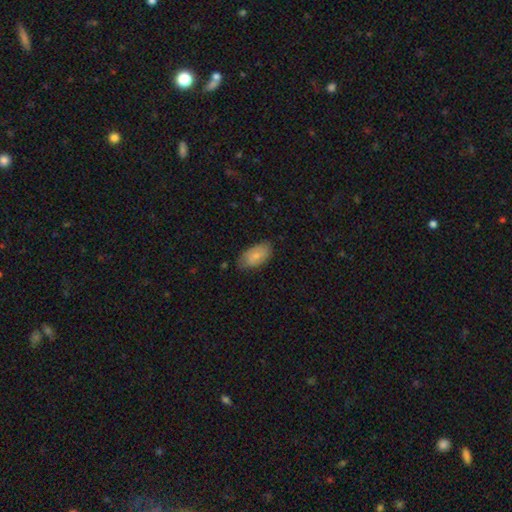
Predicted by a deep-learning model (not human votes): smooth 74%, featured or disk 20%, star or artifact 6%. Down the decision tree: how rounded — in between (93%); merging — none (71%).